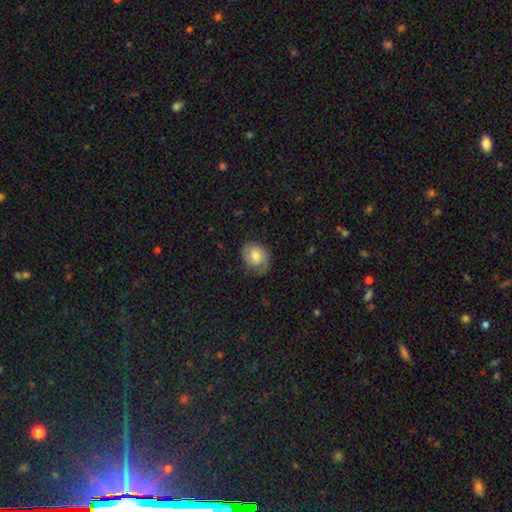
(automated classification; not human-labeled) smooth_or_featured: smooth (p=0.51) [alt: featured or disk p=0.41]
how_rounded: round (p=0.54) [alt: in between p=0.45]
merging: none (p=0.62) [alt: minor disturbance p=0.25]